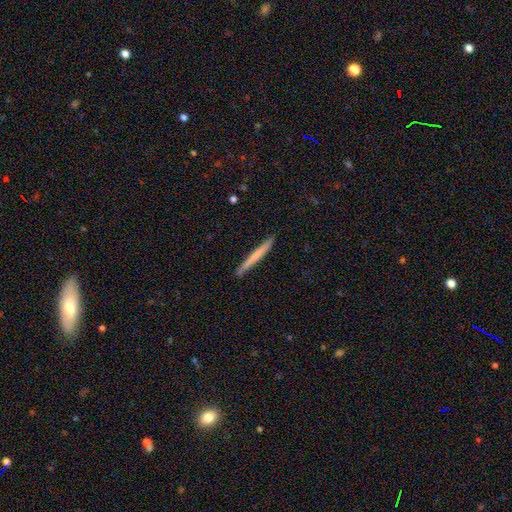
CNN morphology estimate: This is likely a smooth galaxy (64%). How rounded: clearly cigar-shaped (97%). Merging: clearly none (89%).